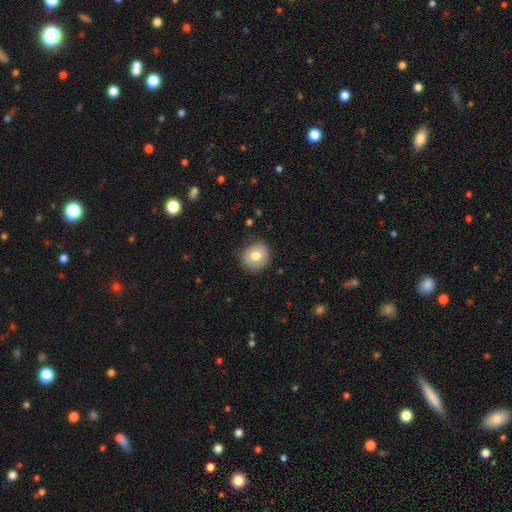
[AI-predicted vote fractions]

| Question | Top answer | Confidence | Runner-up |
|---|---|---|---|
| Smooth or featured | smooth | 75% | featured or disk (17%) |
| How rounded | round | 87% | in between (13%) |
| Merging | none | 88% | minor disturbance (9%) |